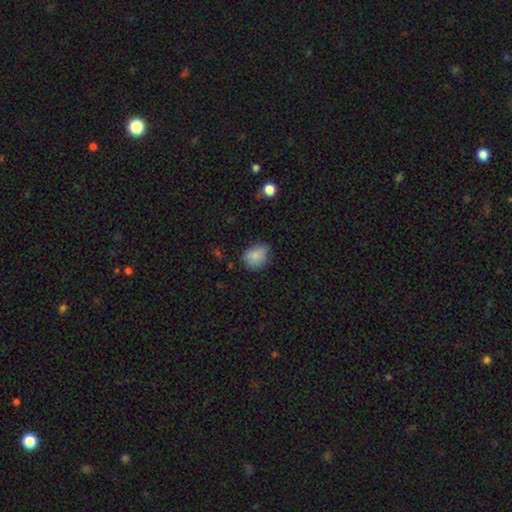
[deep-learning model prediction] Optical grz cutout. It shows a smooth galaxy with no disk features (84%) that is round (53%). Merging: none (67%).